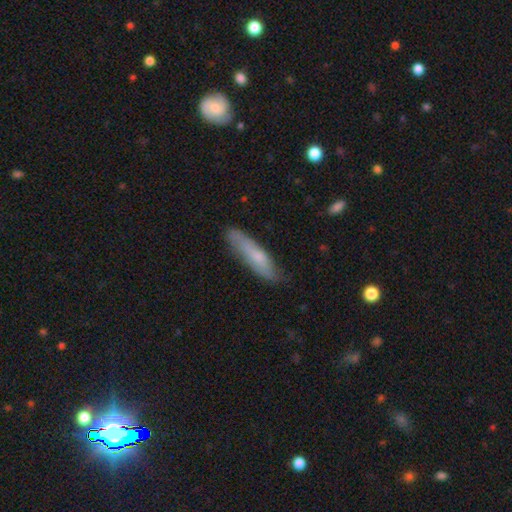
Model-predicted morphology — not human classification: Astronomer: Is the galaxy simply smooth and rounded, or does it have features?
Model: smooth — 66%.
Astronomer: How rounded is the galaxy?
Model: cigar-shaped — 78%.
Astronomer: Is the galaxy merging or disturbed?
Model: none — 77%.